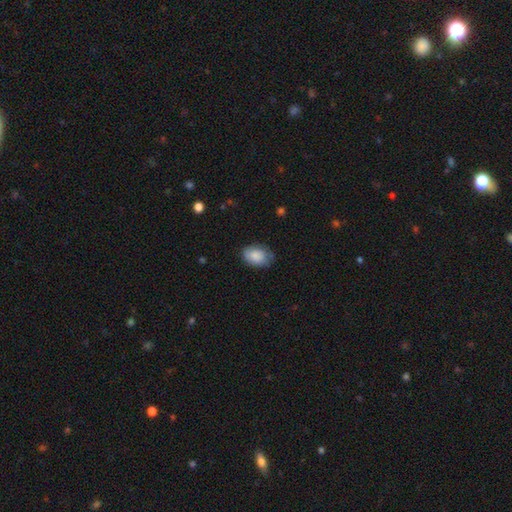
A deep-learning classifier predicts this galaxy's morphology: A smooth galaxy with no disk features (83%) that is in between round and cigar-shaped (82%). Merging: none (72%).